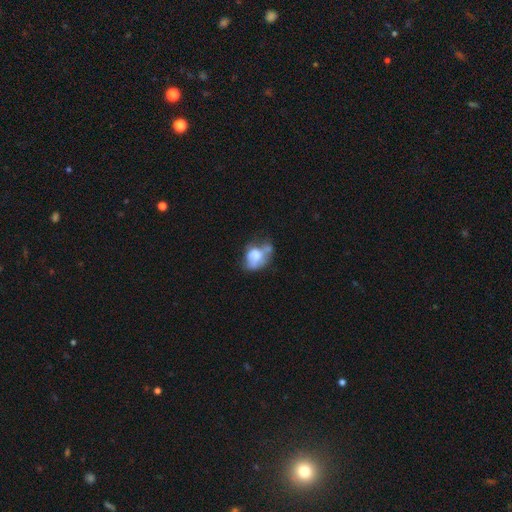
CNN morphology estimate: A smooth galaxy with no disk features (56%) that is in between round and cigar-shaped (66%). Merging: merger (26%).